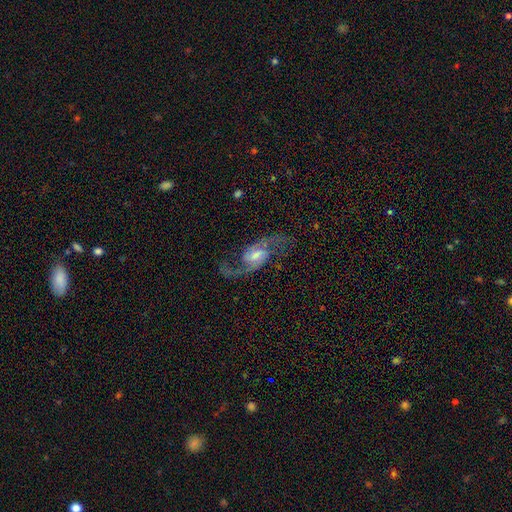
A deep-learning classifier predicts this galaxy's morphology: Overall: featured or disk (88%). Edge-on disk: no (96%). Bar: weak (54%; no 28%). Spiral arms: yes (97%). Spiral arm count: 2 (94%). Spiral winding: loose (53%; medium 40%). Bulge size: moderate (44%; small 34%). Merging: none (76%).